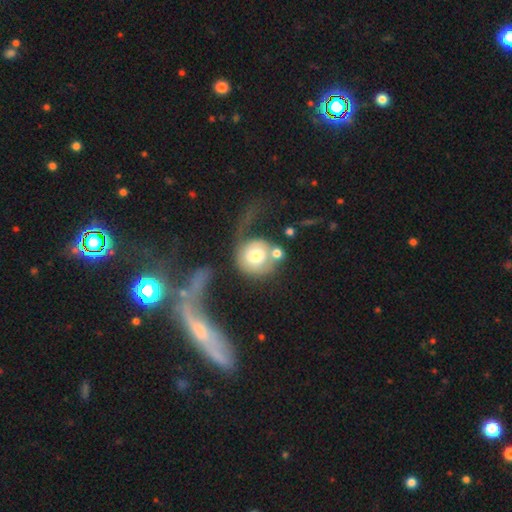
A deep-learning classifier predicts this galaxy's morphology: Smooth or featured: smooth — 55% (featured or disk — 37%)
How rounded: round — 84% (in between — 15%)
Merging: major disturbance — 35% (merger — 29%)